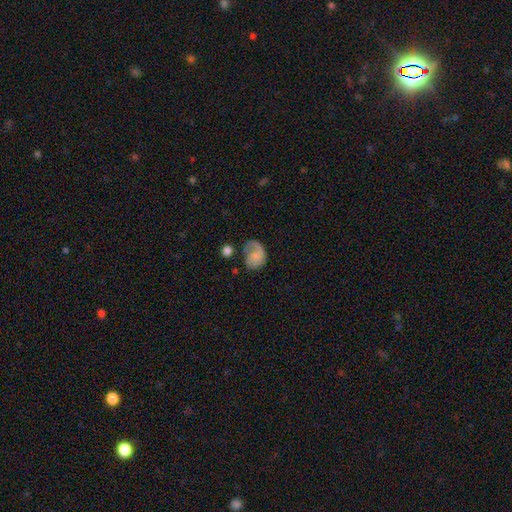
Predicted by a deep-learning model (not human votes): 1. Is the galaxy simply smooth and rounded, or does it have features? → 46% featured or disk, 45% smooth, 9% star or artifact.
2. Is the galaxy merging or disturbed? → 37% none, 33% major disturbance, 25% minor disturbance, 5% merger.